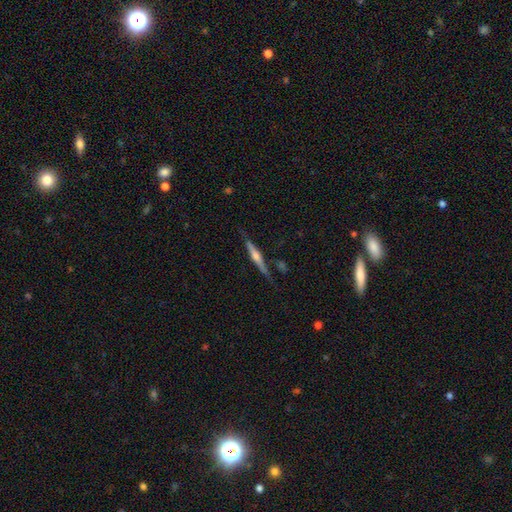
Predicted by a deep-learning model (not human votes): Smooth or featured: featured or disk — 77% (smooth — 17%)
Edge-on disk: yes — 98% (no — 2%)
Edge-on bulge: rounded — 82% (boxy — 10%)
Merging: none — 82% (minor disturbance — 13%)